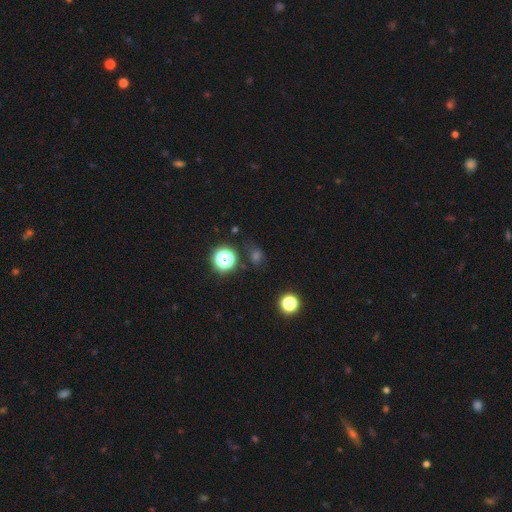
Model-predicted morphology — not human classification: Smooth or featured? Predicted: star or artifact (p=0.54).